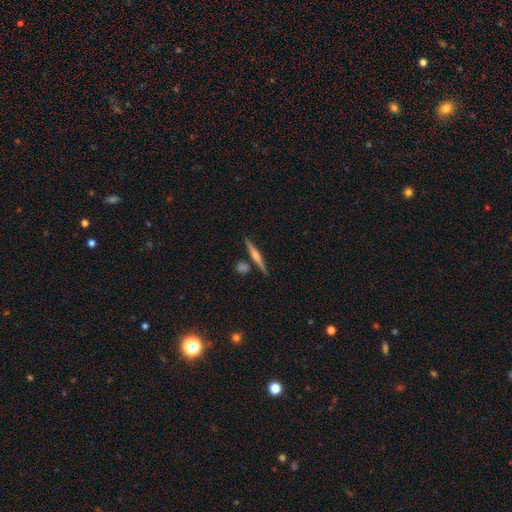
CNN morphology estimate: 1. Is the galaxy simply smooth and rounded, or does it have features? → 58% featured or disk, 36% smooth, 7% star or artifact.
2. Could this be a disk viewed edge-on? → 97% yes, 3% no.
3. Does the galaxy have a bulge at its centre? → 65% rounded, 20% none, 15% boxy.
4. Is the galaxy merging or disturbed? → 81% none, 9% minor disturbance, 8% merger, 2% major disturbance.